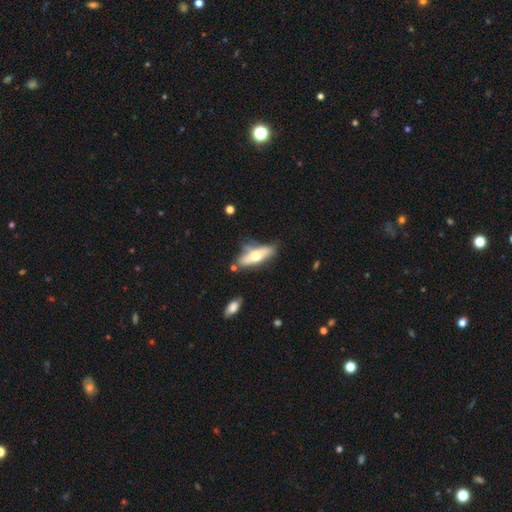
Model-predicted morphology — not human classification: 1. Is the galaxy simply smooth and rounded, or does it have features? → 48% smooth, 45% featured or disk, 6% star or artifact.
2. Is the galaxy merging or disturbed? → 56% none, 24% minor disturbance, 11% merger, 10% major disturbance.